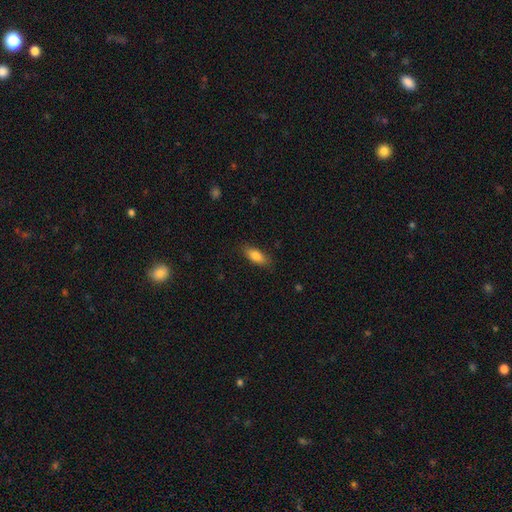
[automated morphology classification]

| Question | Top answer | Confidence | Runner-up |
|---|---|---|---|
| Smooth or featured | smooth | 84% | featured or disk (9%) |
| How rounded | in between | 79% | cigar-shaped (18%) |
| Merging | none | 84% | minor disturbance (12%) |